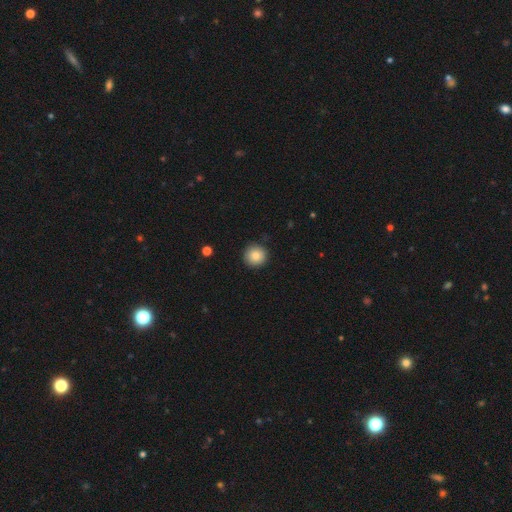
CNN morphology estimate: Q: Smooth or featured?
A: smooth (86%); runner-up: star or artifact (9%)
Q: How rounded?
A: round (95%); runner-up: in between (4%)
Q: Merging?
A: none (90%); runner-up: minor disturbance (7%)